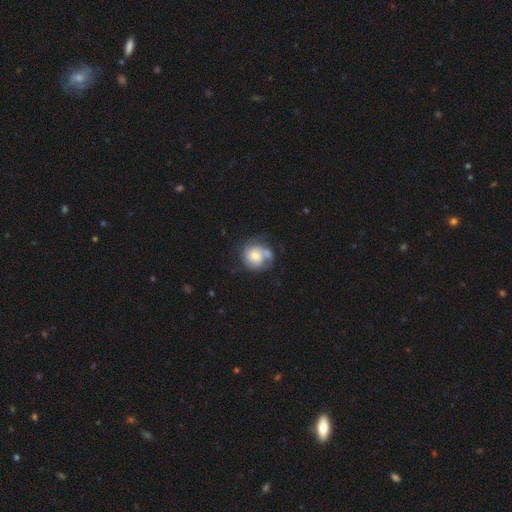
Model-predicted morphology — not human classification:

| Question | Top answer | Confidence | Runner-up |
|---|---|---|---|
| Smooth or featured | smooth | 51% | featured or disk (41%) |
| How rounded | round | 81% | in between (18%) |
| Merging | none | 44% | minor disturbance (22%) |